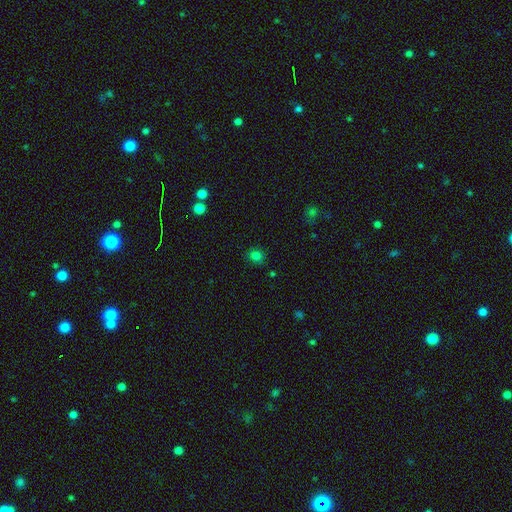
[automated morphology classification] This appears to be a smooth galaxy with no disk features (78%) that is round (70%). Merging: none (85%).